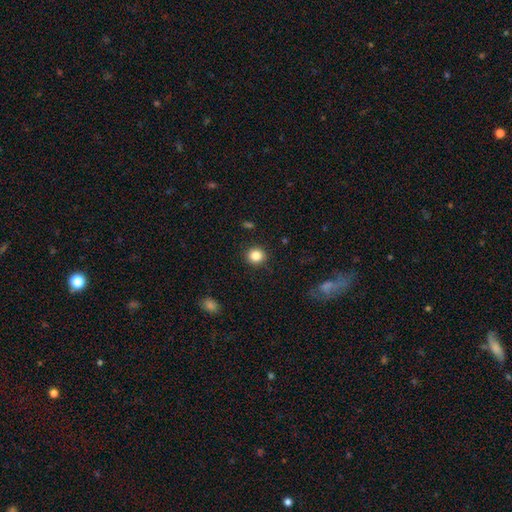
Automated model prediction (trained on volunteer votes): Overall: smooth (84%). How rounded: round (90%). Merging: none (91%).